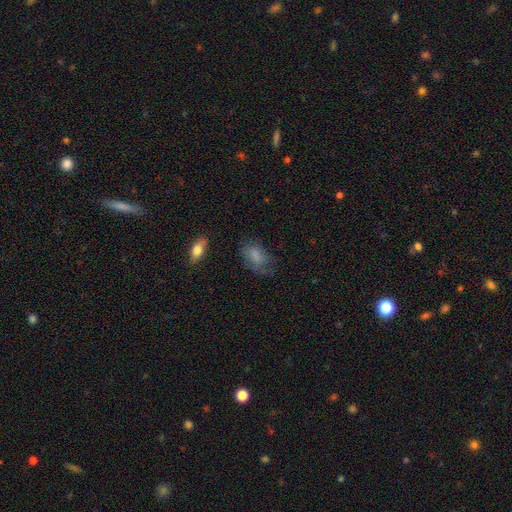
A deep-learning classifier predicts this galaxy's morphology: Smooth or featured? smooth (75%)
How rounded? in between (89%)
Merging? none (54%)